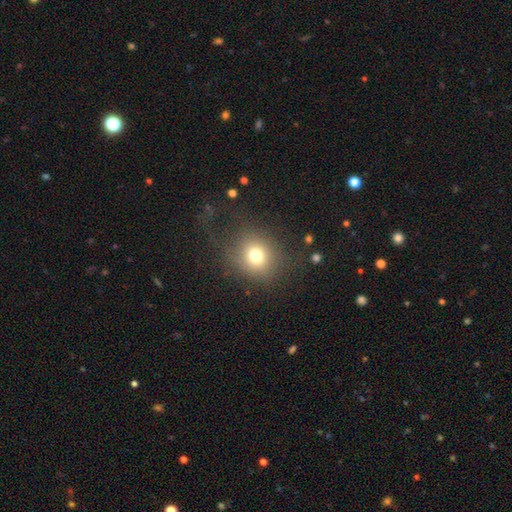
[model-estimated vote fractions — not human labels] Smooth or featured?
  - smooth: 74% *
  - star or artifact: 14%
  - featured or disk: 11%
How rounded?
  - round: 79% *
  - in between: 20%
  - cigar-shaped: 1%
Merging?
  - none: 68% *
  - major disturbance: 17%
  - minor disturbance: 14%
  - merger: 2%